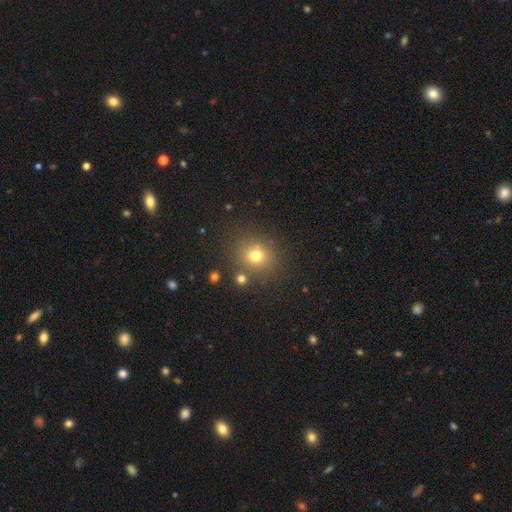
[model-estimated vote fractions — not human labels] Q: Smooth or featured?
A: smooth (73%); runner-up: star or artifact (17%)
Q: How rounded?
A: round (75%); runner-up: in between (24%)
Q: Merging?
A: none (78%); runner-up: minor disturbance (10%)